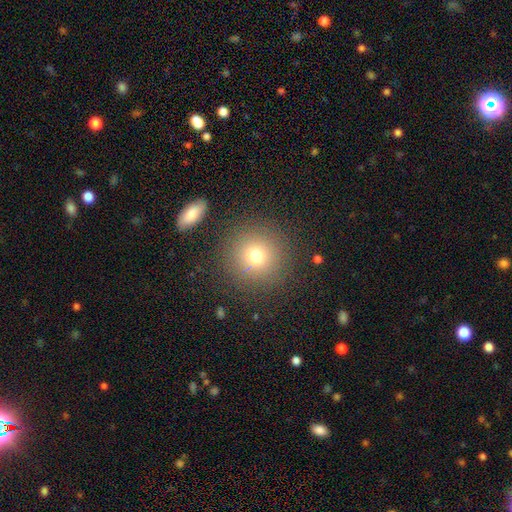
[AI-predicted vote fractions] Smooth or featured? Predicted: smooth (p=0.73). How rounded? Predicted: round (p=0.94). Merging? Predicted: none (p=0.87).